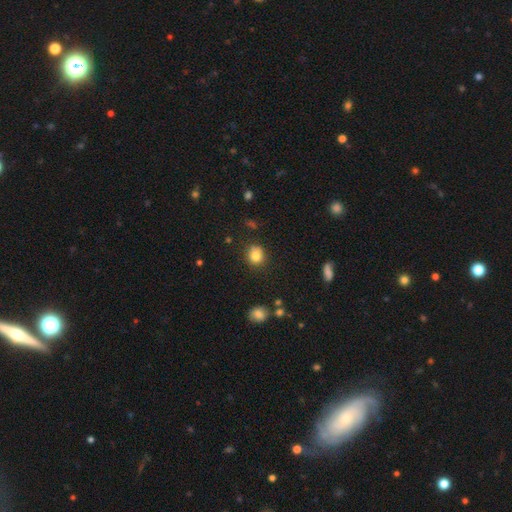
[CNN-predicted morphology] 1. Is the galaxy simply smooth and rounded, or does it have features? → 82% smooth, 11% star or artifact, 7% featured or disk.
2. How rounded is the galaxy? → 78% round, 21% in between, 1% cigar-shaped.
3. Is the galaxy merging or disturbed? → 81% none, 14% minor disturbance, 3% major disturbance, 2% merger.